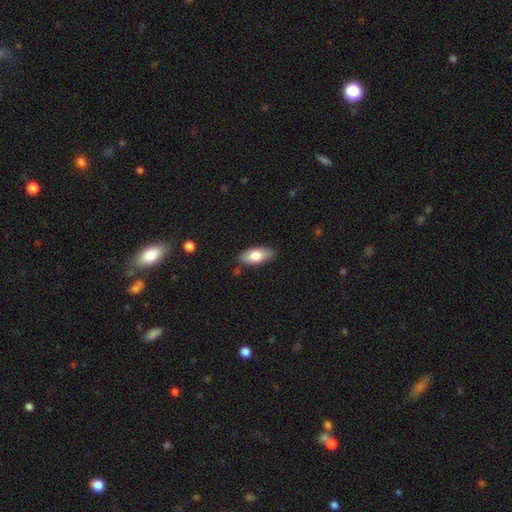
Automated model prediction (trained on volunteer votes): The model was most divided on "smooth or featured": smooth: 77%, featured or disk: 17%, star or artifact: 6%. More confident: merging — none (85%); how rounded — in between (84%).